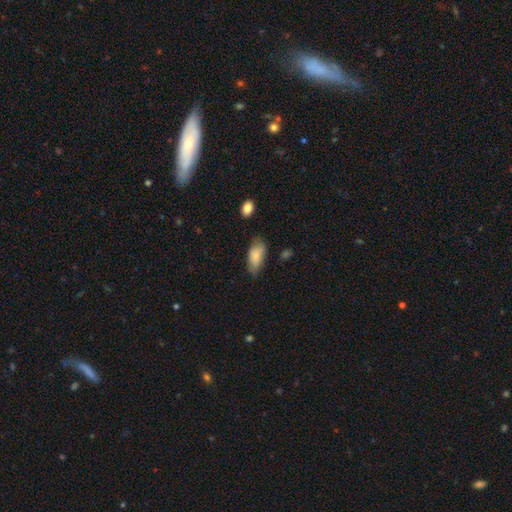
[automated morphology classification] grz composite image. It shows a smooth galaxy with no disk features (80%) that is in between round and cigar-shaped (90%). Merging: none (59%).